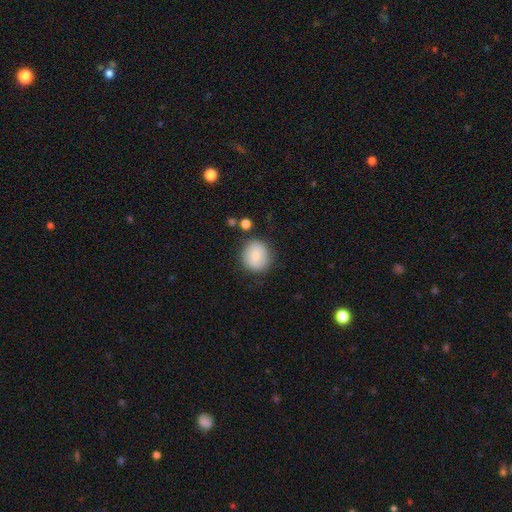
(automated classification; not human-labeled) Smooth or featured: smooth — 78% (featured or disk — 15%)
How rounded: round — 86% (in between — 13%)
Merging: none — 81% (minor disturbance — 12%)